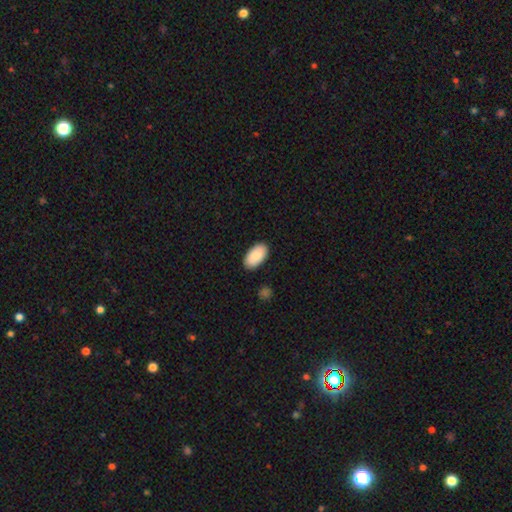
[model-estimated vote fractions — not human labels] This is clearly a smooth galaxy (90%). How rounded: clearly in between (96%). Merging: clearly none (89%).